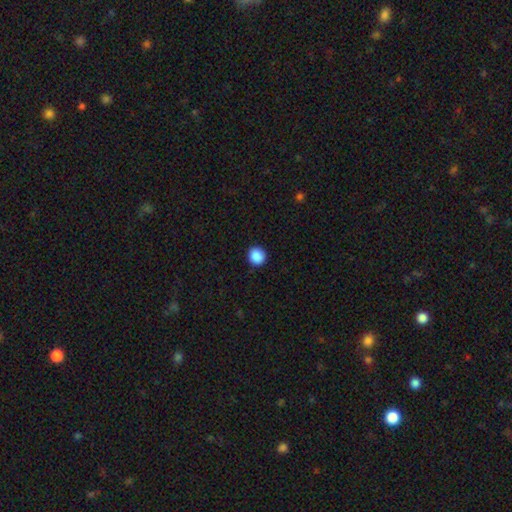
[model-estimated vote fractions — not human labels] Smooth or featured: smooth — 89% (star or artifact — 9%)
How rounded: round — 90% (in between — 9%)
Merging: none — 91% (minor disturbance — 6%)